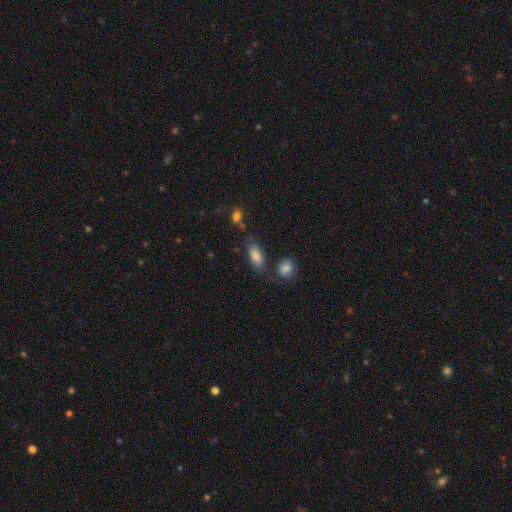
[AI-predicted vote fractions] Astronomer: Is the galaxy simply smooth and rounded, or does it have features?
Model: smooth — 81%.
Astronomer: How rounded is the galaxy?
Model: in between — 83%.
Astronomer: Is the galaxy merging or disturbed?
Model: none — 64%.